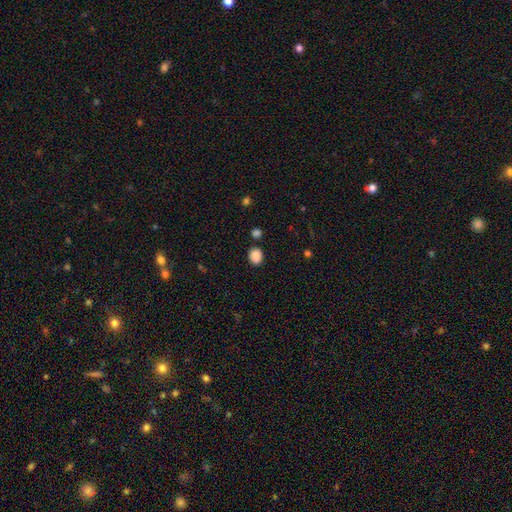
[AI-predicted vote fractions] This appears to be a smooth galaxy with no disk features (87%) that is round (55%). Merging: none (85%).